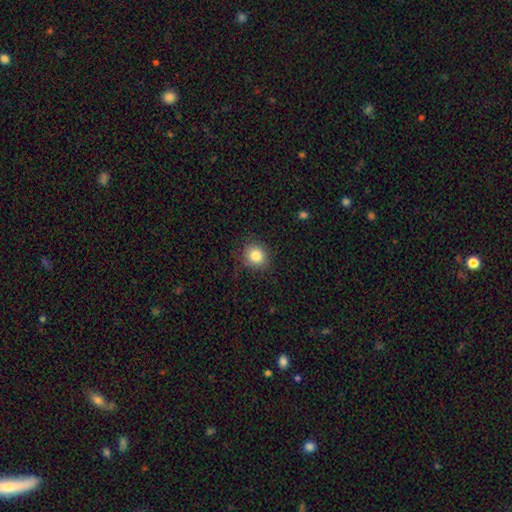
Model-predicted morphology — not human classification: smooth-or-featured: smooth: 84% | star or artifact: 10% | featured or disk: 6%
  how-rounded: round: 84% | in between: 15% | cigar-shaped: 1%
  merging: none: 84% | minor disturbance: 11% | major disturbance: 3% | merger: 1%